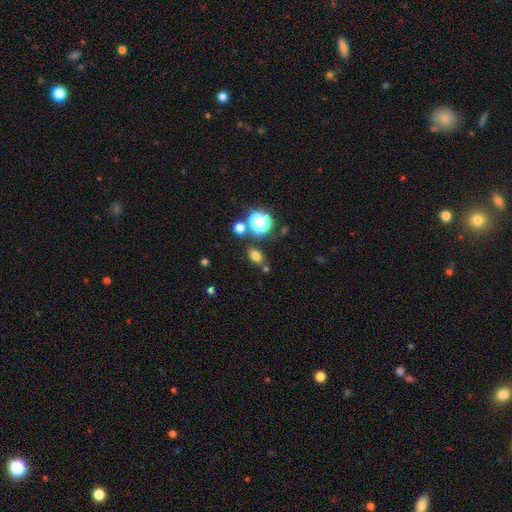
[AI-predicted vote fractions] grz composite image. It shows a smooth galaxy with no disk features (73%) that is in between round and cigar-shaped (69%). Merging: none (77%).